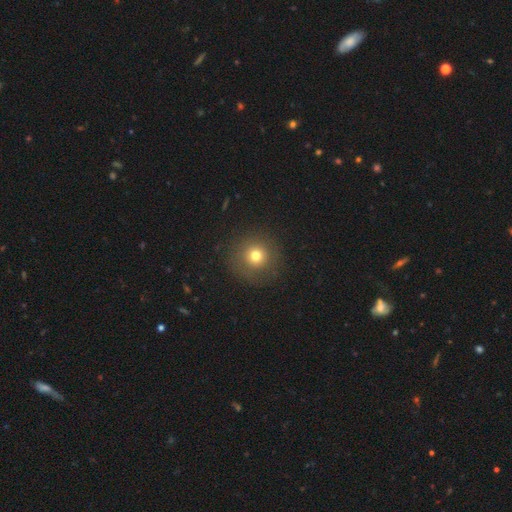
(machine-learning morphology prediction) Q: Smooth or featured?
A: smooth (73%); runner-up: star or artifact (15%)
Q: How rounded?
A: round (94%); runner-up: in between (5%)
Q: Merging?
A: none (87%); runner-up: minor disturbance (8%)